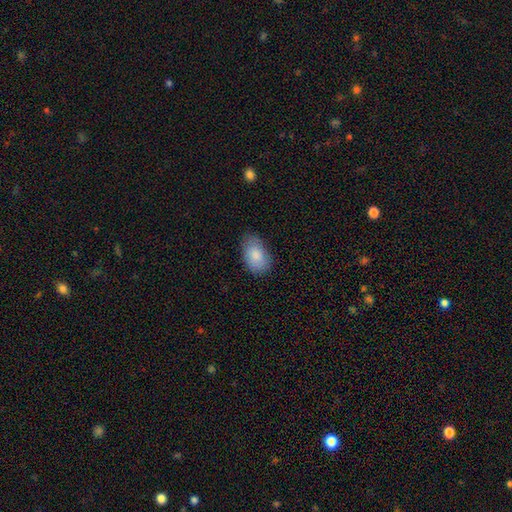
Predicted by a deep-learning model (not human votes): Smooth or featured? smooth (86%)
How rounded? in between (91%)
Merging? none (74%)